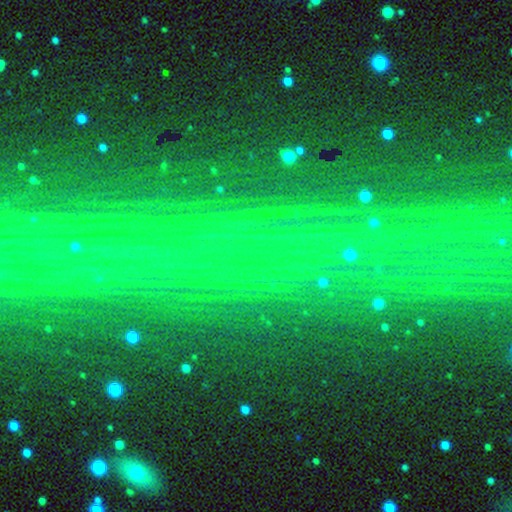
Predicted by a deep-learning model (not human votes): Overall: star or artifact (84%).